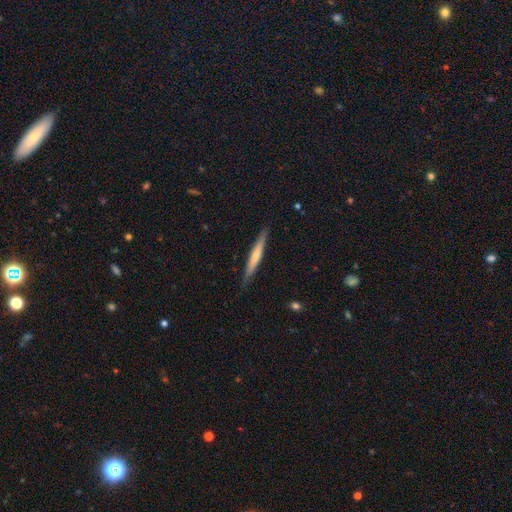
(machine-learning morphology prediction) A smooth galaxy with no disk features (54%) that is cigar-shaped (95%). Merging: none (87%).